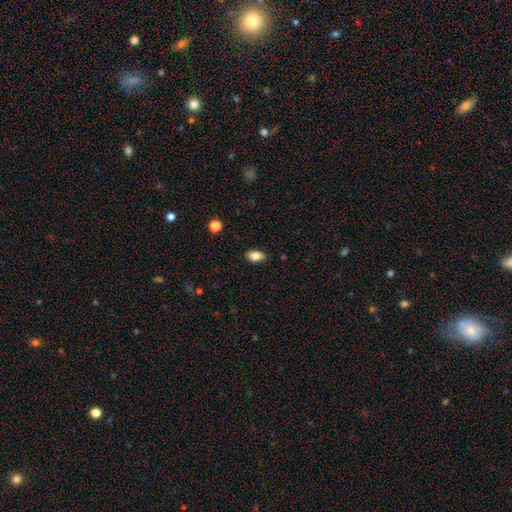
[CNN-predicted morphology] smooth 84%, star or artifact 9%, featured or disk 7%. Down the decision tree: how rounded — in between (89%); merging — none (85%).